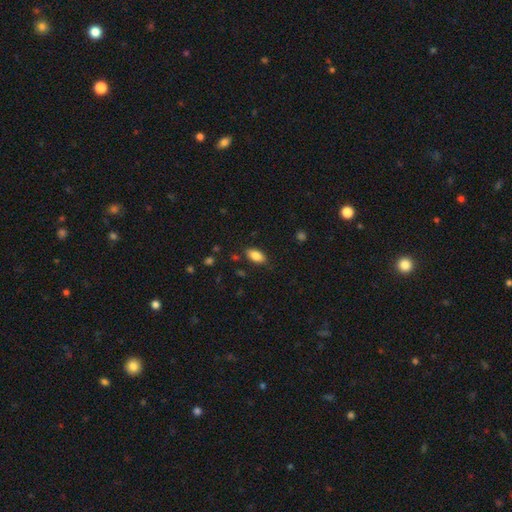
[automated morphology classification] This is clearly a smooth galaxy (85%). How rounded: clearly in between (92%). Merging: clearly none (84%).